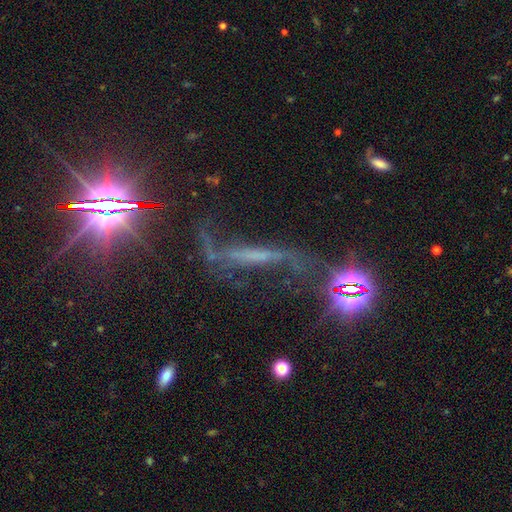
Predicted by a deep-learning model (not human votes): smooth_or_featured: featured or disk (p=0.58) [alt: star or artifact p=0.31]
disk_edge_on: no (p=0.63) [alt: yes p=0.37]
merging: none (p=0.46) [alt: major disturbance p=0.24]